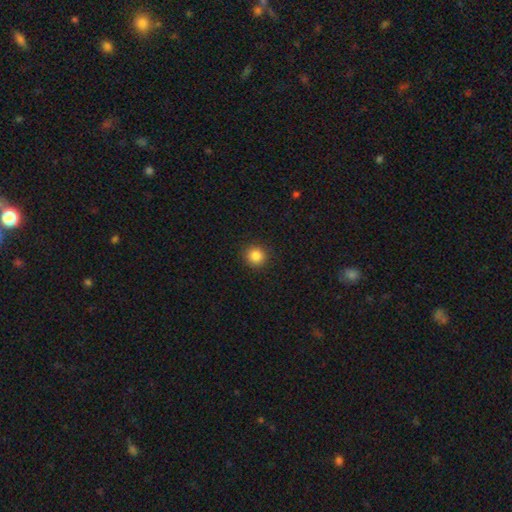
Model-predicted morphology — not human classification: smooth-or-featured: smooth: 85% | star or artifact: 11% | featured or disk: 4%
  how-rounded: round: 93% | in between: 6% | cigar-shaped: 1%
  merging: none: 92% | minor disturbance: 5% | major disturbance: 2% | merger: 1%